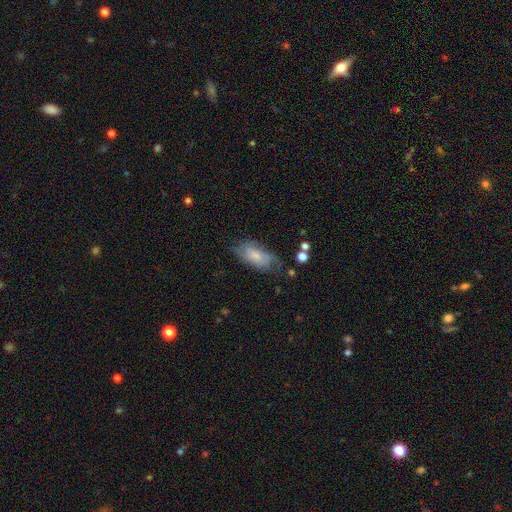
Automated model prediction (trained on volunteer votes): Smooth or featured?
  - smooth: 59% *
  - featured or disk: 34%
  - star or artifact: 8%
How rounded?
  - in between: 89% *
  - cigar-shaped: 8%
  - round: 3%
Merging?
  - none: 49% *
  - minor disturbance: 31%
  - major disturbance: 16%
  - merger: 3%